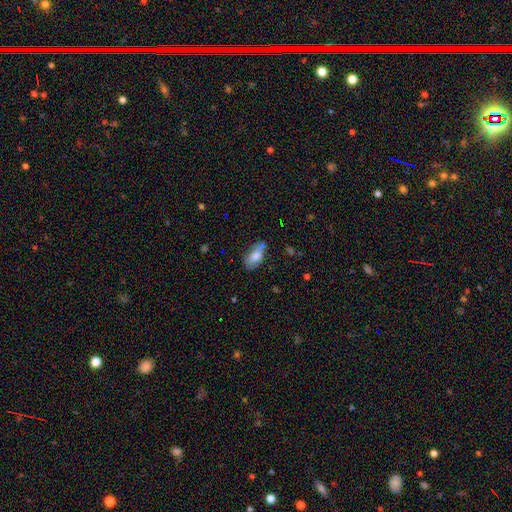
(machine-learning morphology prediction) A smooth galaxy with no disk features (76%) that is in between round and cigar-shaped (87%). Merging: none (51%).